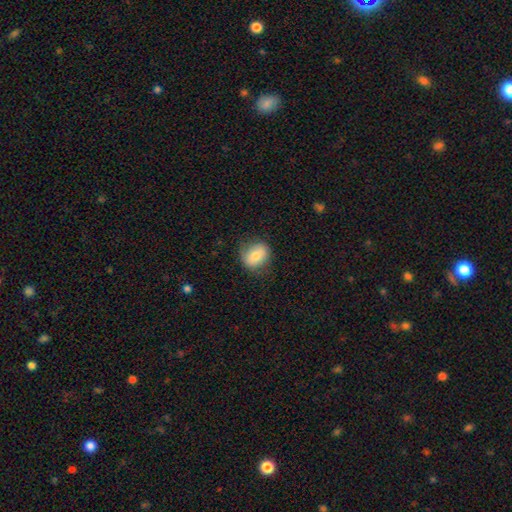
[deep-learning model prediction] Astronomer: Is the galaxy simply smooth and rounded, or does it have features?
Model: smooth — 75%.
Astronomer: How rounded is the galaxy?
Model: round — 52% (runner-up: in between, 47%).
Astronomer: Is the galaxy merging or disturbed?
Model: none — 75%.